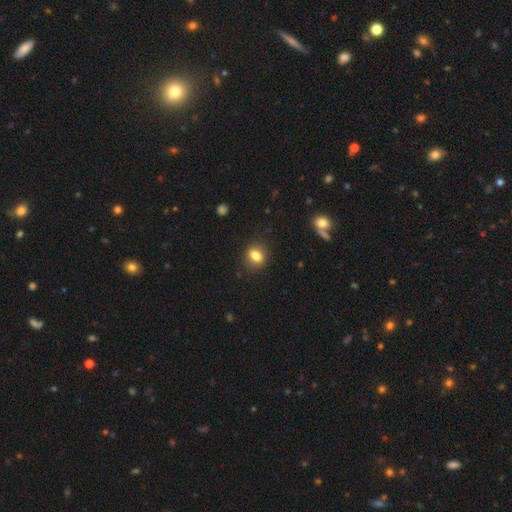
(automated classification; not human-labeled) smooth 82%, star or artifact 10%, featured or disk 8%. Down the decision tree: how rounded — round (51%); merging — none (86%).